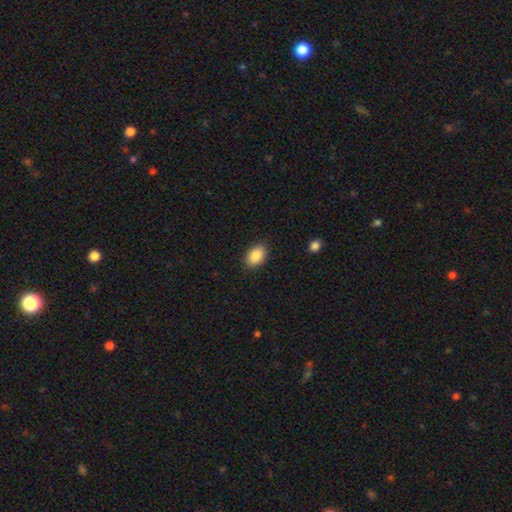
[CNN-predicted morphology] Smooth or featured? Predicted: smooth (p=0.88). How rounded? Predicted: in between (p=0.89). Merging? Predicted: none (p=0.88).